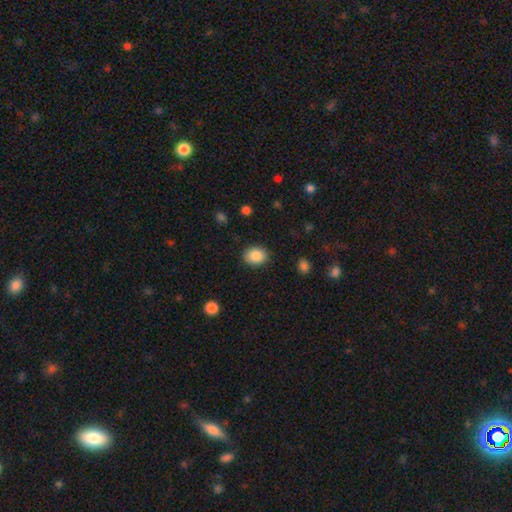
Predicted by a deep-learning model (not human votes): Overall: smooth (87%). How rounded: round (50%; in between 49%). Merging: none (87%).